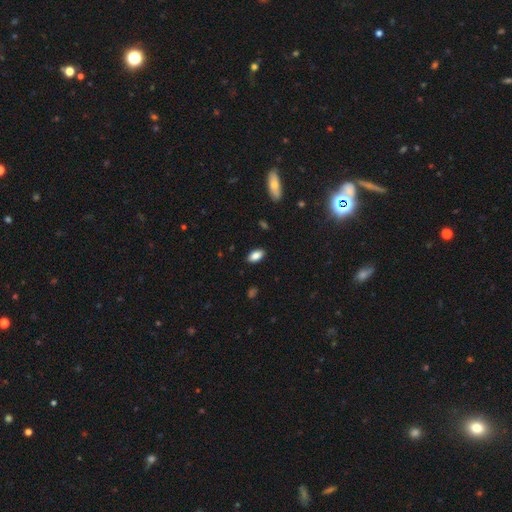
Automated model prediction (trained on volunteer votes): Smooth or featured: smooth — 86% (star or artifact — 8%)
How rounded: in between — 92% (cigar-shaped — 5%)
Merging: none — 88% (minor disturbance — 8%)